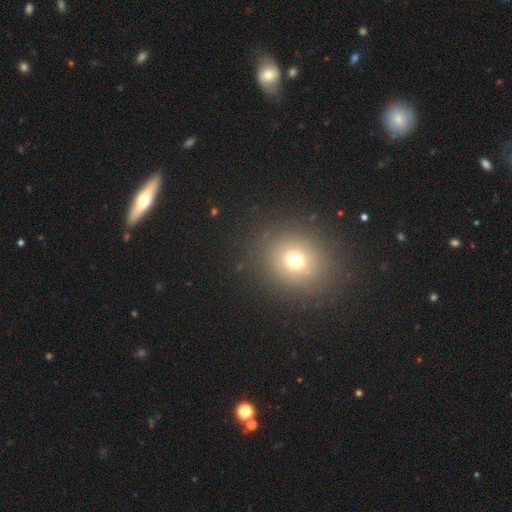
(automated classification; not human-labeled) The model was most divided on "smooth or featured": smooth: 62%, star or artifact: 25%, featured or disk: 14%. More confident: merging — none (90%); how rounded — round (75%).